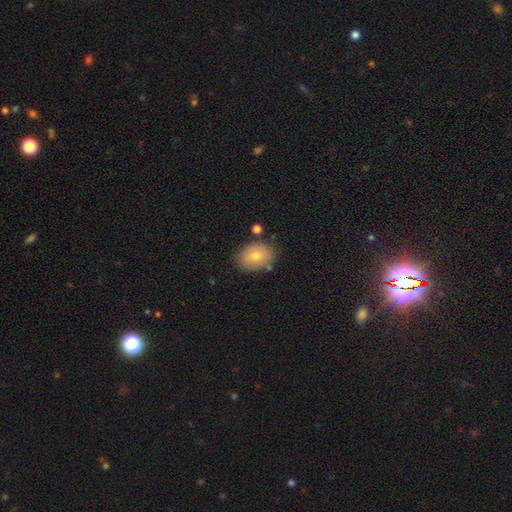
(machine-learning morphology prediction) Smooth or featured?
  - smooth: 74% *
  - featured or disk: 17%
  - star or artifact: 9%
How rounded?
  - in between: 68% *
  - round: 31%
  - cigar-shaped: 1%
Merging?
  - none: 80% *
  - minor disturbance: 13%
  - merger: 5%
  - major disturbance: 3%